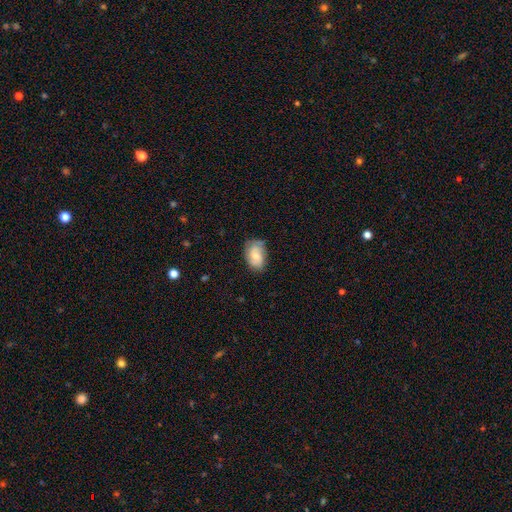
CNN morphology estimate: type=smooth (52%); roundness=in between (85%); merging=none (64%).